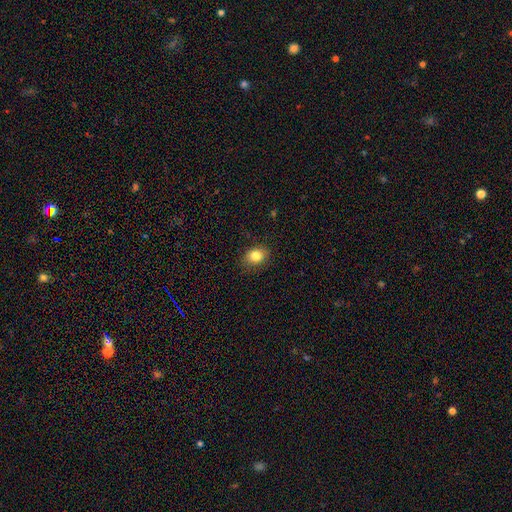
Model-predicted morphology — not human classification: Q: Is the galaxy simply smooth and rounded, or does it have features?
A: smooth — 83%.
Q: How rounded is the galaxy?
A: in between — 59%.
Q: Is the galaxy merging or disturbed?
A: none — 86%.